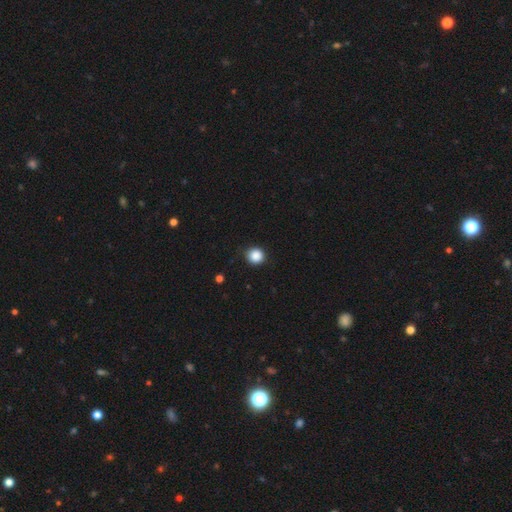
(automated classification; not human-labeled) Q: Smooth or featured?
A: smooth (87%); runner-up: star or artifact (10%)
Q: How rounded?
A: round (94%); runner-up: in between (5%)
Q: Merging?
A: none (88%); runner-up: minor disturbance (8%)